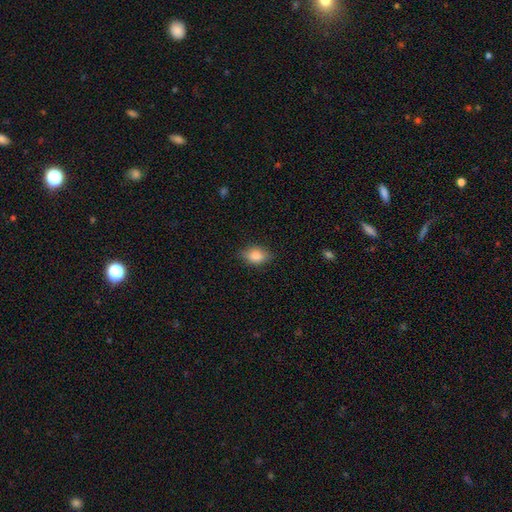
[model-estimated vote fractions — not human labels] smooth-or-featured: smooth: 82% | featured or disk: 10% | star or artifact: 8%
  how-rounded: in between: 79% | round: 19% | cigar-shaped: 3%
  merging: none: 81% | minor disturbance: 15% | major disturbance: 3% | merger: 1%